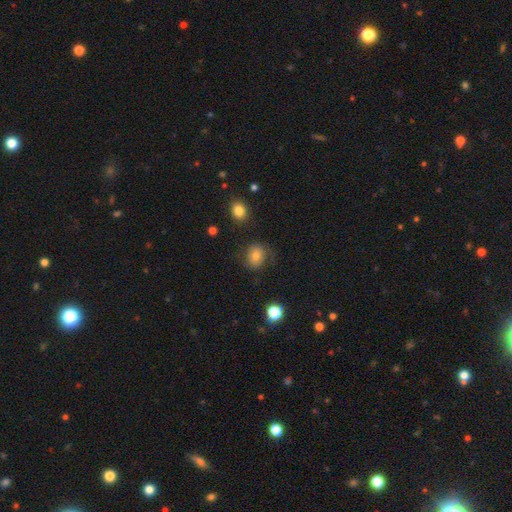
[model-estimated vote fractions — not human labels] The model was most divided on "how rounded": round: 67%, in between: 32%, cigar-shaped: 1%. More confident: smooth or featured — smooth (76%); merging — none (76%).